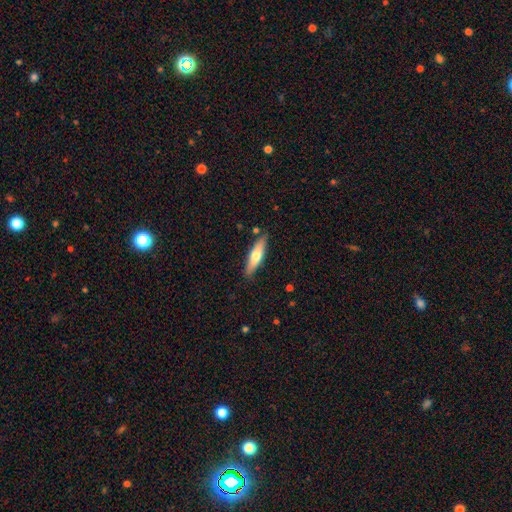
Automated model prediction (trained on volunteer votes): Smooth or featured?
  - smooth: 60% *
  - featured or disk: 34%
  - star or artifact: 6%
How rounded?
  - cigar-shaped: 65% *
  - in between: 34%
  - round: 2%
Merging?
  - none: 85% *
  - minor disturbance: 11%
  - merger: 2%
  - major disturbance: 2%